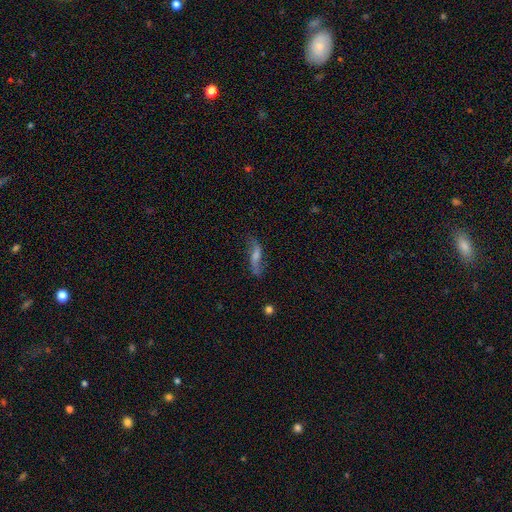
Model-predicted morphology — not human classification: smooth_or_featured: featured or disk (p=0.65) [alt: smooth p=0.27]
disk_edge_on: no (p=0.76) [alt: yes p=0.24]
merging: none (p=0.67) [alt: minor disturbance p=0.20]